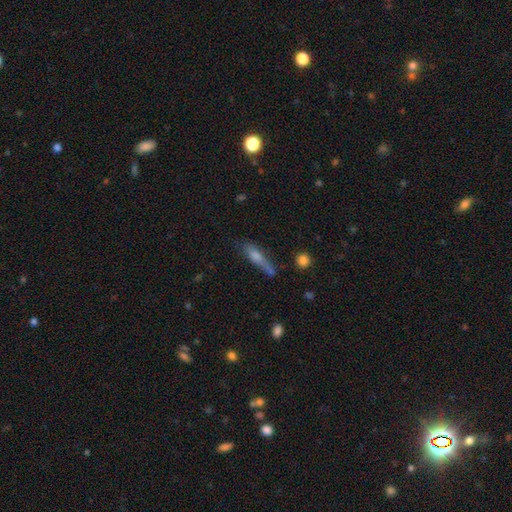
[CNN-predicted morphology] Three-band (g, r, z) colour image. It shows a smooth galaxy with no disk features (57%) that is cigar-shaped (75%). Merging: none (52%).